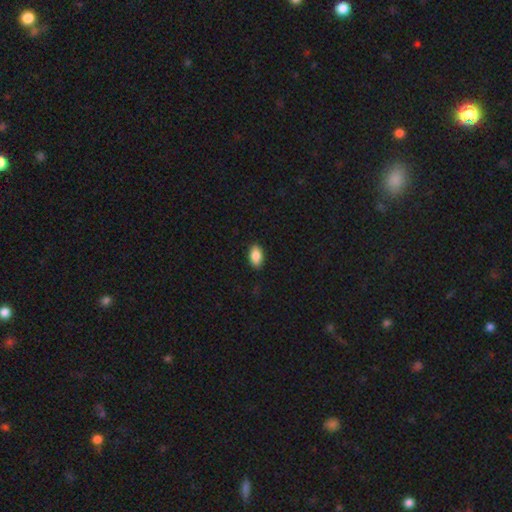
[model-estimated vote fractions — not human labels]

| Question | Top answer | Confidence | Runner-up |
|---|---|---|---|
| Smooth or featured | smooth | 87% | star or artifact (7%) |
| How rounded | in between | 93% | round (5%) |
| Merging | none | 89% | minor disturbance (8%) |